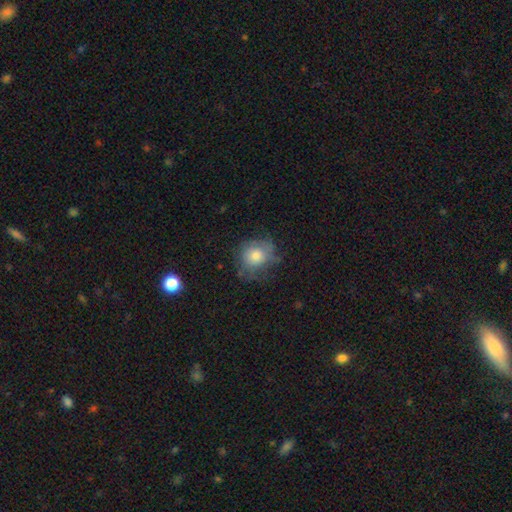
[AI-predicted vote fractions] Morphology: type=smooth (65%); roundness=round (74%); merging=none (57%).